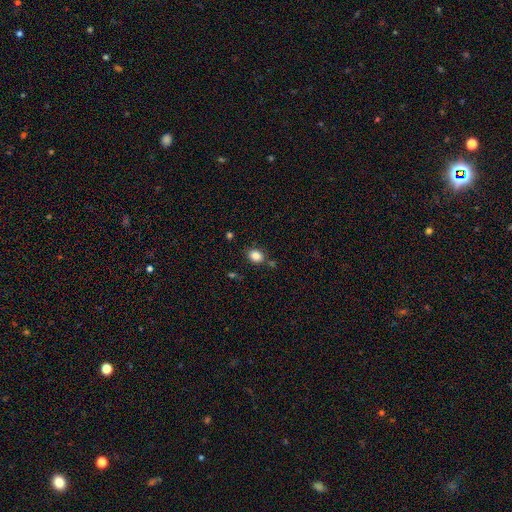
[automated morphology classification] Smooth or featured?
  - smooth: 85% *
  - star or artifact: 10%
  - featured or disk: 5%
How rounded?
  - in between: 52% *
  - round: 47%
  - cigar-shaped: 1%
Merging?
  - none: 79% *
  - minor disturbance: 12%
  - merger: 6%
  - major disturbance: 3%